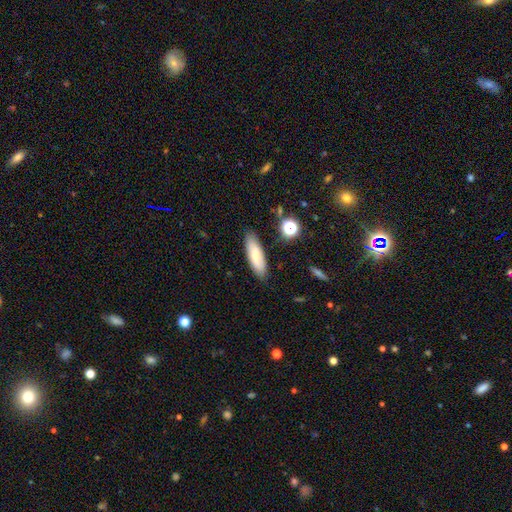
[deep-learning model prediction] Morphology: type=smooth (72%); roundness=in between (52%); merging=none (85%).